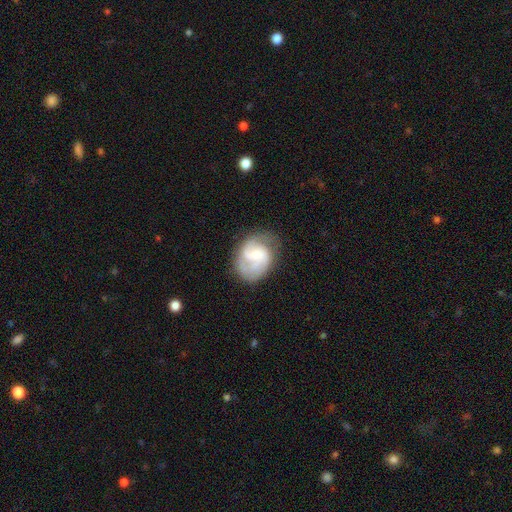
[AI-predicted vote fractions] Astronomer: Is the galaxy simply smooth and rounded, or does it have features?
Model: featured or disk — 74%.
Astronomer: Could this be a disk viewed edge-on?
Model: no — 98%.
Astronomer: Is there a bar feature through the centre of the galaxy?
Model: no — 48% (runner-up: weak, 44%).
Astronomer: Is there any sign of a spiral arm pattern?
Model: yes — 92%.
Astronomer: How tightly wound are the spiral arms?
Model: medium — 50% (runner-up: tight, 26%).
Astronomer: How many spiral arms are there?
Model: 2 — 62%.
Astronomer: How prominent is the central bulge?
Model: small — 55% (runner-up: moderate, 37%).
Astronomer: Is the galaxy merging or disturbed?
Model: none — 65%.